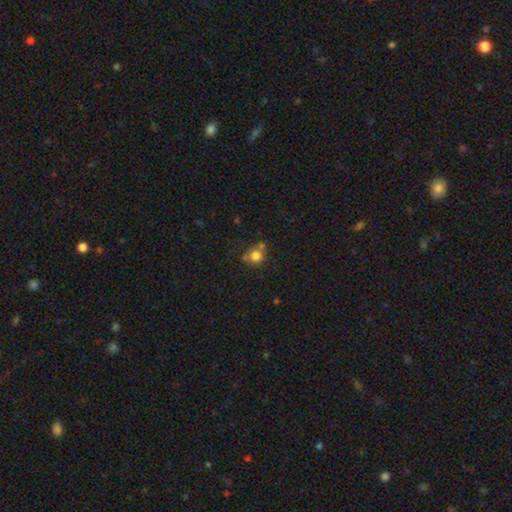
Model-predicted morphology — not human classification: Q: Smooth or featured?
A: smooth (78%); runner-up: star or artifact (13%)
Q: How rounded?
A: round (87%); runner-up: in between (12%)
Q: Merging?
A: none (60%); runner-up: merger (22%)